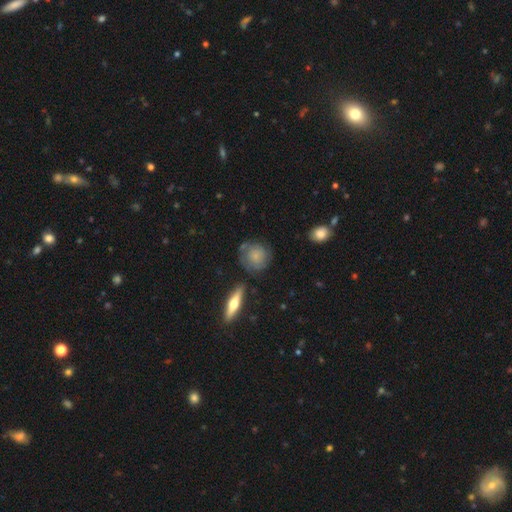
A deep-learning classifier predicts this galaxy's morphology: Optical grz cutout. It shows a smooth galaxy with no disk features (55%) that is round (82%). Merging: none (67%).